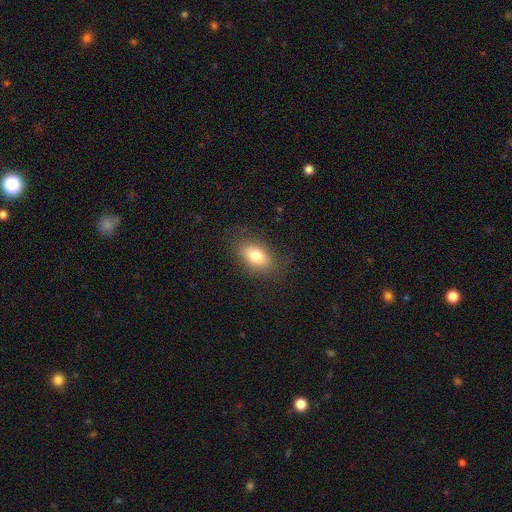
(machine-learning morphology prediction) This is likely a smooth galaxy (78%). How rounded: clearly in between (86%). Merging: clearly none (81%).